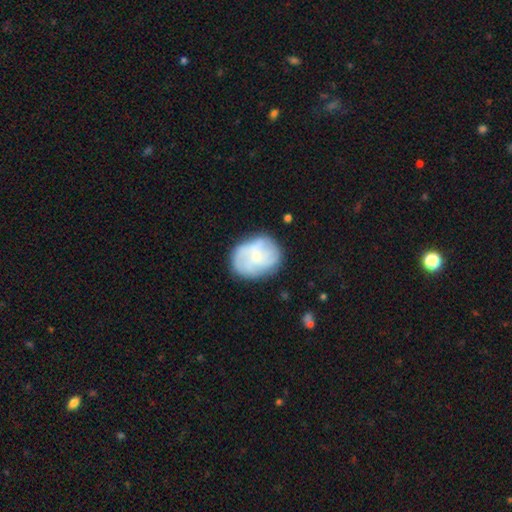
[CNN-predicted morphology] Smooth or featured? featured or disk (56%)
Edge-on disk? no (98%)
Bar? no (71%)
Spiral arms? yes (72%)
Bulge size? small (63%)
Merging? none (67%)